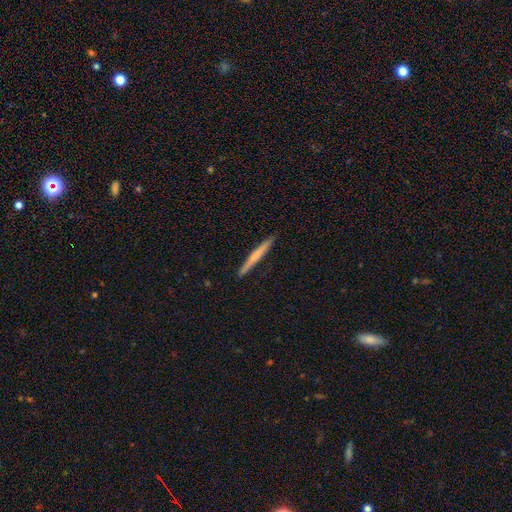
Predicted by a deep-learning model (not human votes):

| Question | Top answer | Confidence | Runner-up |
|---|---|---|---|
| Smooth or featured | smooth | 59% | featured or disk (36%) |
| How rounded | cigar-shaped | 97% | in between (2%) |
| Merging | none | 92% | minor disturbance (6%) |